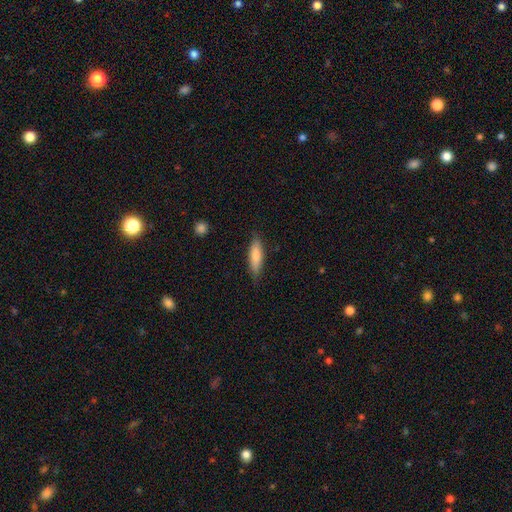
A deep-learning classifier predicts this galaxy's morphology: type=smooth (81%); roundness=cigar-shaped (56%); merging=none (83%).